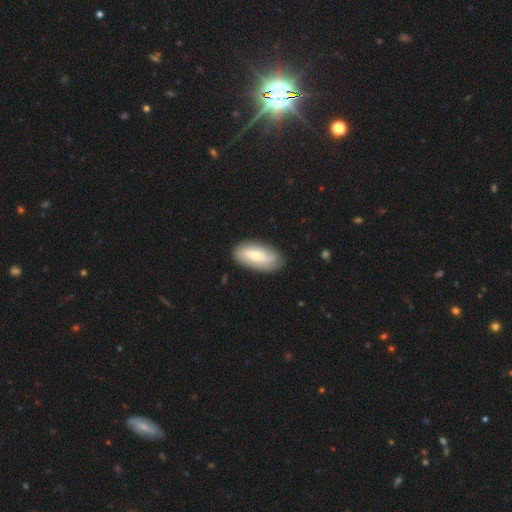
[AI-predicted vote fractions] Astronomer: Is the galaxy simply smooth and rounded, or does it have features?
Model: smooth — 56% (runner-up: featured or disk, 38%).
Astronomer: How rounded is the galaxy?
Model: in between — 88%.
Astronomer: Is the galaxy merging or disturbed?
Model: none — 84%.